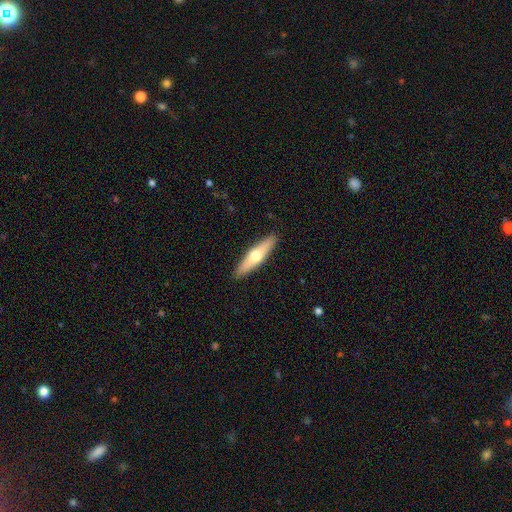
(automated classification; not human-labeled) Smooth or featured? Predicted: smooth (p=0.51). How rounded? Predicted: cigar-shaped (p=0.73). Merging? Predicted: none (p=0.90).